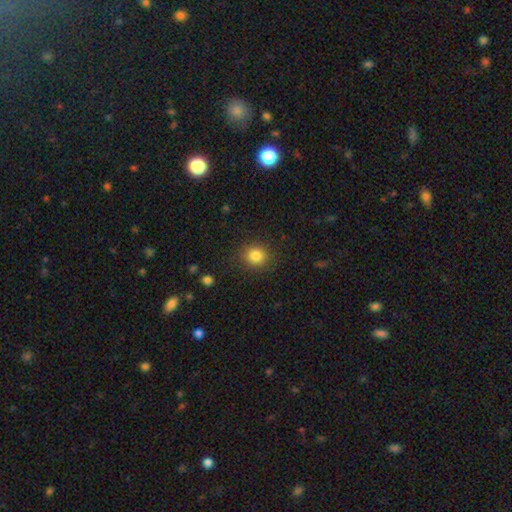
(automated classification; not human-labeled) A smooth galaxy with no disk features (84%) that is round (80%). Merging: none (87%).